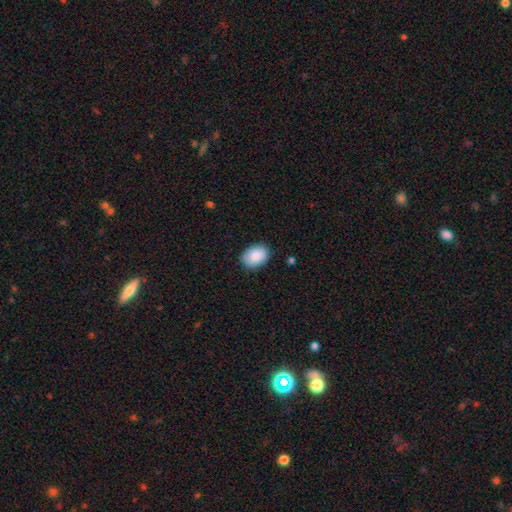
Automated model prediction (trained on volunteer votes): Smooth or featured? Predicted: smooth (p=0.87). How rounded? Predicted: in between (p=0.73). Merging? Predicted: none (p=0.84).